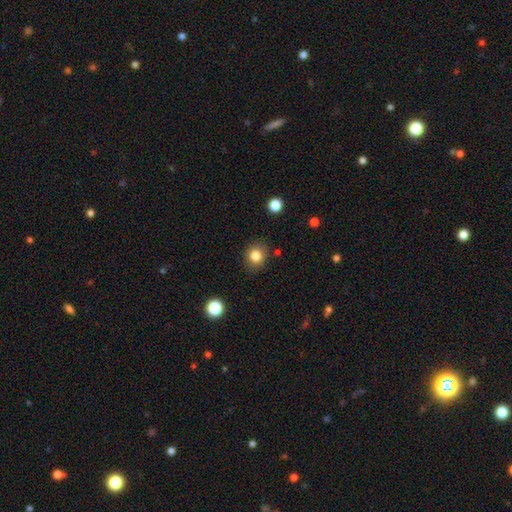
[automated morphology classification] smooth-or-featured: smooth: 83% | star or artifact: 11% | featured or disk: 6%
  how-rounded: round: 77% | in between: 22% | cigar-shaped: 1%
  merging: none: 85% | minor disturbance: 10% | major disturbance: 3% | merger: 2%